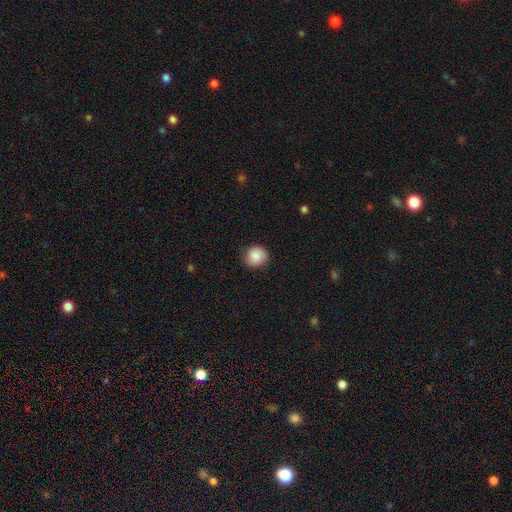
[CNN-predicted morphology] smooth_or_featured: smooth (p=0.85) [alt: star or artifact p=0.08]
how_rounded: round (p=0.88) [alt: in between p=0.11]
merging: none (p=0.81) [alt: minor disturbance p=0.14]